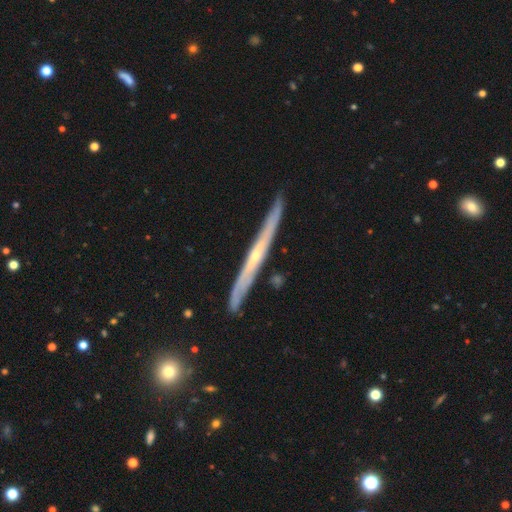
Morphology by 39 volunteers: smooth_or_featured: featured or disk (p=0.77) [alt: smooth p=0.18]
disk_edge_on: yes (p=0.97) [alt: no p=0.03]
edge_on_bulge: none (p=0.55) [alt: rounded p=0.38]
merging: none (p=0.89) [alt: minor disturbance p=0.11]